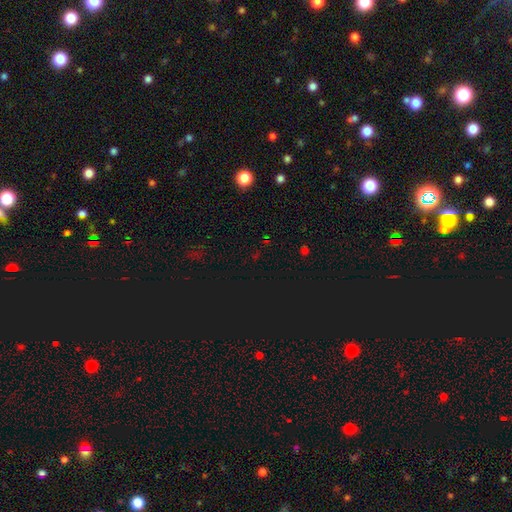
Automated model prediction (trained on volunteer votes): star or artifact 74%, smooth 20%, featured or disk 7%.